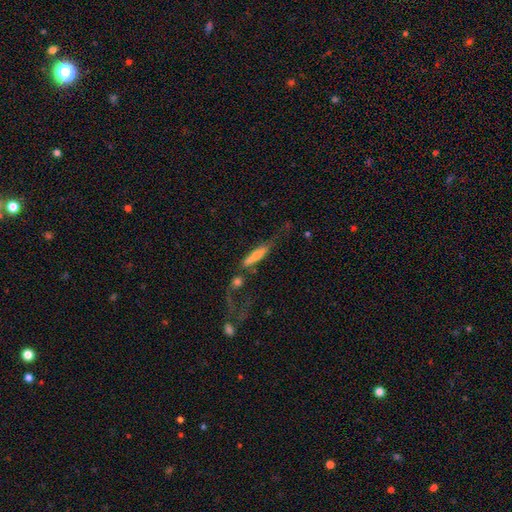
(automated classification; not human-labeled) smooth_or_featured: smooth (p=0.59) [alt: featured or disk p=0.34]
how_rounded: cigar-shaped (p=0.81) [alt: in between p=0.15]
merging: none (p=0.47) [alt: merger p=0.19]